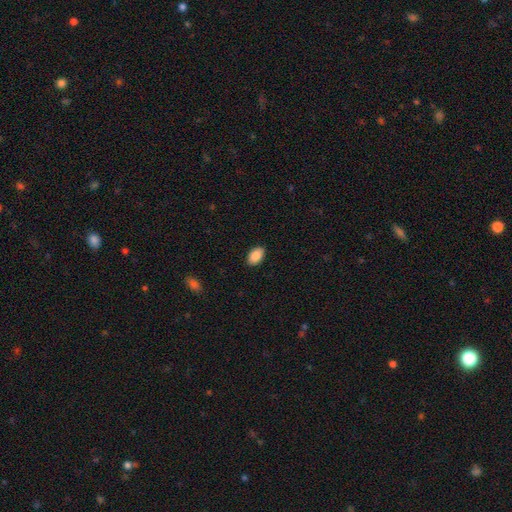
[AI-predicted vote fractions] Smooth or featured? Predicted: smooth (p=0.90). How rounded? Predicted: in between (p=0.93). Merging? Predicted: none (p=0.89).